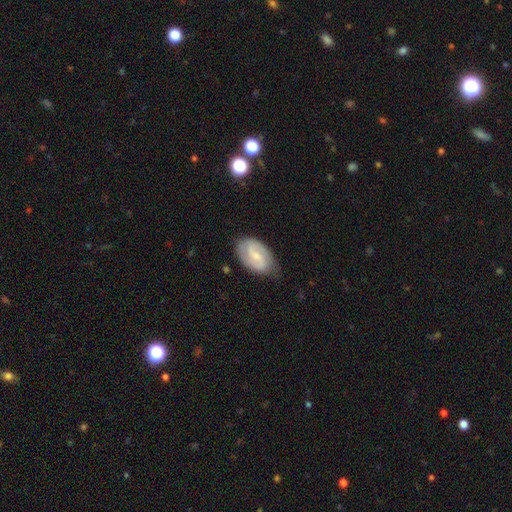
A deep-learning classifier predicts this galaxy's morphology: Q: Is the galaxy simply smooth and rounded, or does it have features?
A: featured or disk — 68%.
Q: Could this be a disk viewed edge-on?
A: no — 97%.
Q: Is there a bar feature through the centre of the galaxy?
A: weak — 54%.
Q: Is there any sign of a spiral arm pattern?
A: yes — 90%.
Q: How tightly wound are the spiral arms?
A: medium — 46%.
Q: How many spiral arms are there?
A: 2 — 84%.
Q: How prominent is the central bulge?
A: small — 65%.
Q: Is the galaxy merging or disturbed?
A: none — 71%.